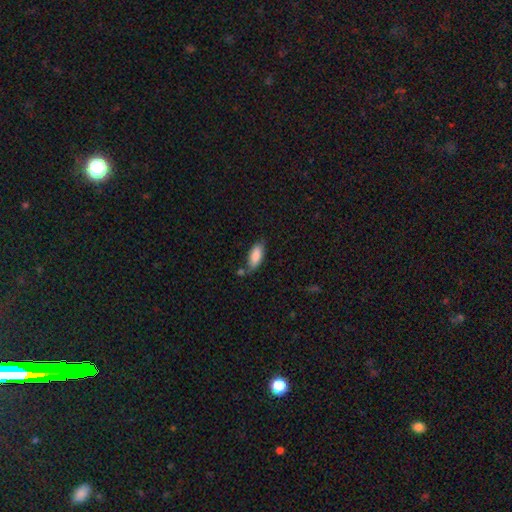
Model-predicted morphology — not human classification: This is clearly a smooth galaxy (84%). How rounded: clearly in between (83%). Merging: possibly none (60%).